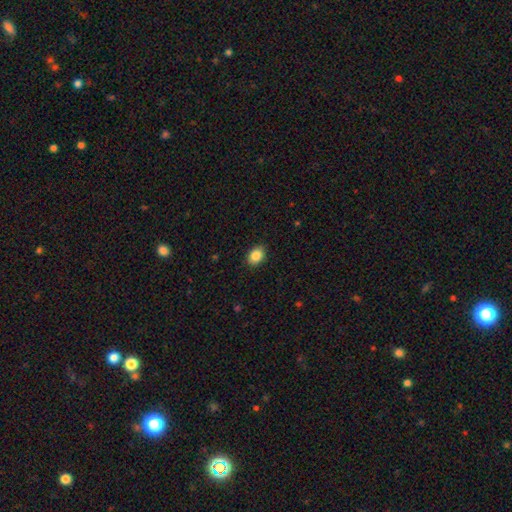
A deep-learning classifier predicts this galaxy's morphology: This appears to be a smooth galaxy with no disk features (87%) that is in between round and cigar-shaped (74%). Merging: none (88%).